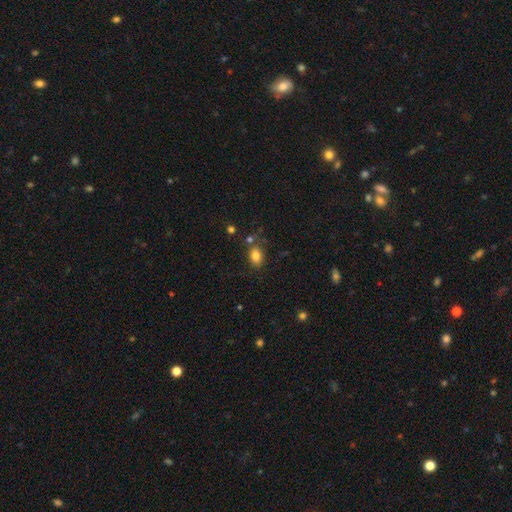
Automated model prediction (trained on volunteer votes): Overall: smooth (82%). How rounded: in between (75%). Merging: none (71%).